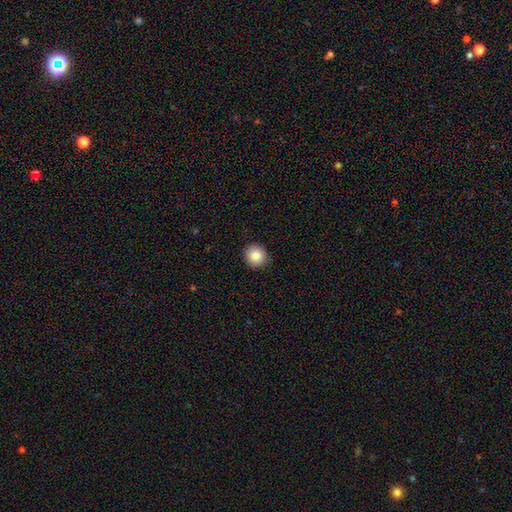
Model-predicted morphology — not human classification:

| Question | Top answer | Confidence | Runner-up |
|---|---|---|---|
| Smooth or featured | smooth | 86% | star or artifact (9%) |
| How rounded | round | 90% | in between (9%) |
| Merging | none | 90% | minor disturbance (7%) |